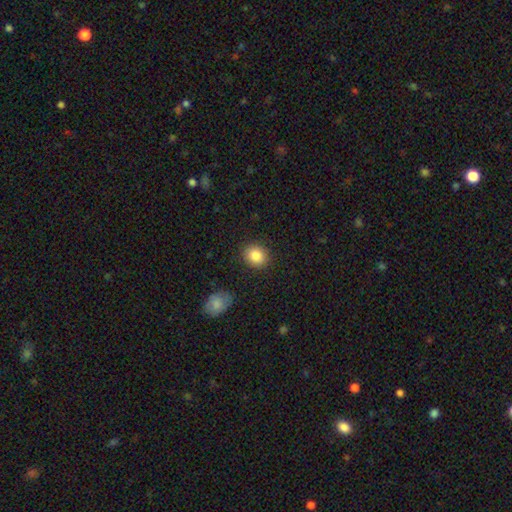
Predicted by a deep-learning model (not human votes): Smooth or featured? Predicted: smooth (p=0.86). How rounded? Predicted: round (p=0.69). Merging? Predicted: none (p=0.88).